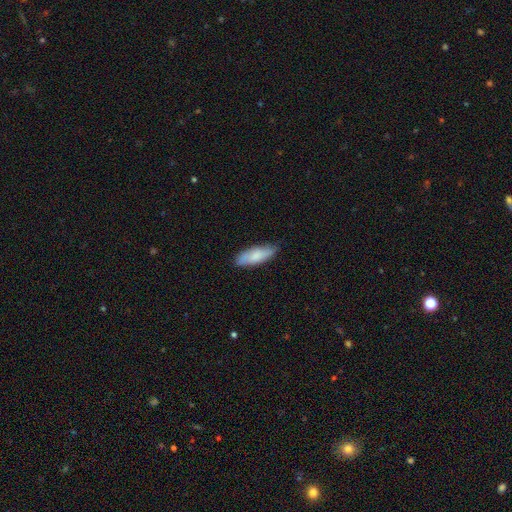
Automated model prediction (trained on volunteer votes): Smooth or featured? smooth (77%)
How rounded? in between (62%)
Merging? none (79%)